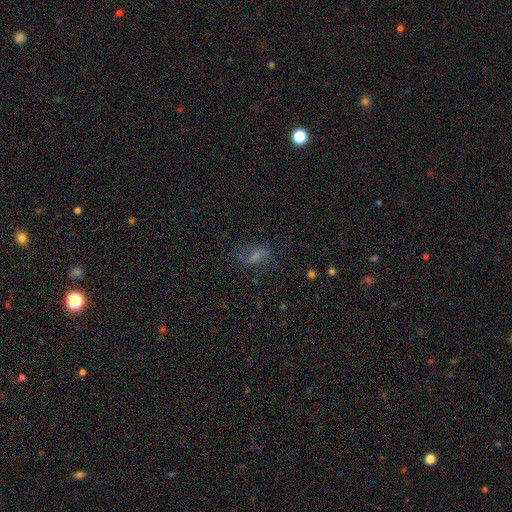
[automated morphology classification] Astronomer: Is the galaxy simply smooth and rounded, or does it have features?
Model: smooth — 45% (runner-up: featured or disk, 40%).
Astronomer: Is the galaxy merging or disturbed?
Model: none — 63%.